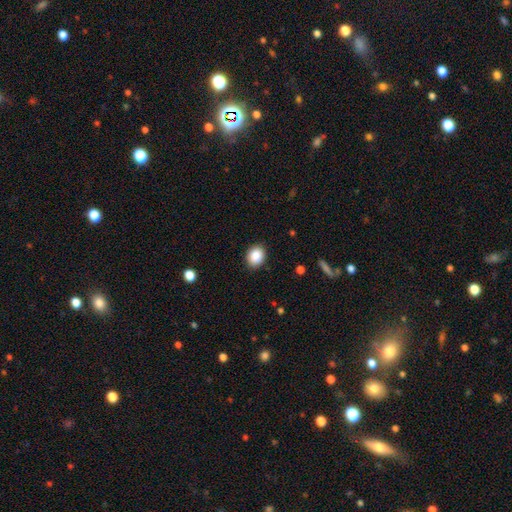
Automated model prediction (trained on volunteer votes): This is clearly a smooth galaxy (87%). How rounded: possibly round (51%). Merging: clearly none (89%).